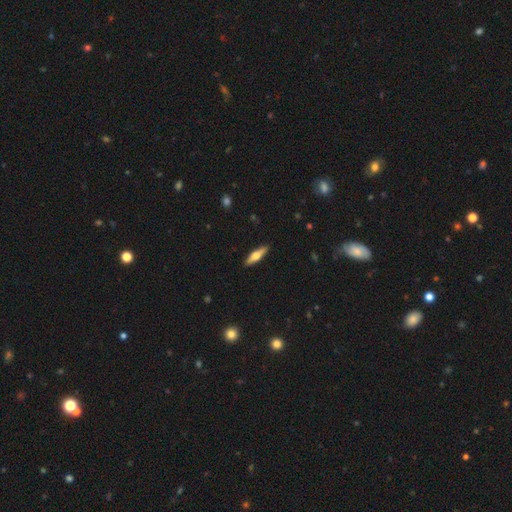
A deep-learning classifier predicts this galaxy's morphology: The model was most divided on "smooth or featured": featured or disk: 52%, smooth: 43%, star or artifact: 5%. More confident: edge-on disk — yes (93%); merging — none (91%).